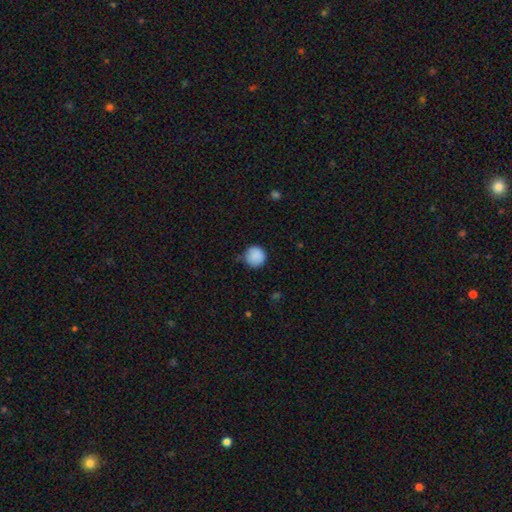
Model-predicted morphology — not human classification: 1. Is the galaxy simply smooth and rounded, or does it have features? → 88% smooth, 8% star or artifact, 4% featured or disk.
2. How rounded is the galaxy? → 93% round, 6% in between, 1% cigar-shaped.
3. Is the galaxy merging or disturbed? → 70% none, 23% minor disturbance, 5% major disturbance, 2% merger.